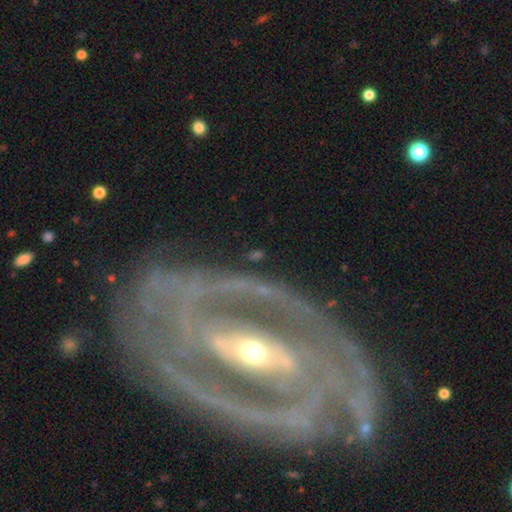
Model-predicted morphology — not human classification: A featured or disk galaxy (69%) with a strong bar (43%), spiral arms (76%) and a moderate central bulge (60%). Merging: none (71%).